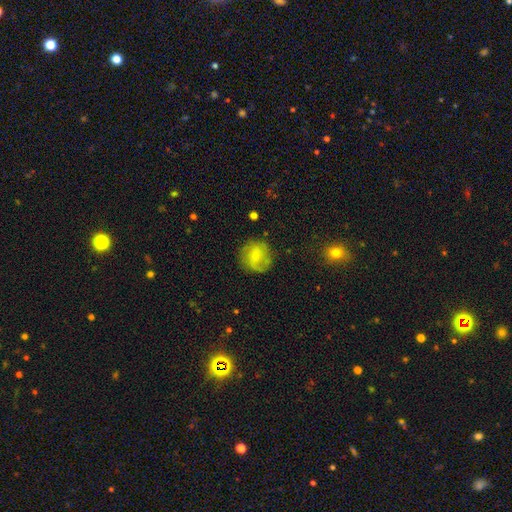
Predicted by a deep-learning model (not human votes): smooth-or-featured: smooth: 50% | featured or disk: 42% | star or artifact: 8%
  merging: none: 74% | minor disturbance: 17% | major disturbance: 7% | merger: 2%